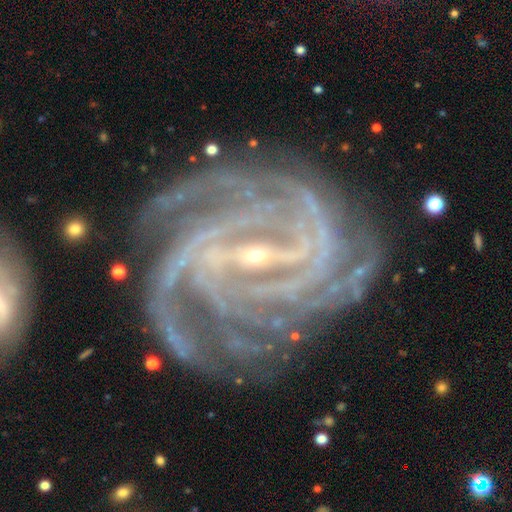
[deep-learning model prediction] Overall: featured or disk (92%). Edge-on disk: no (98%). Bar: strong (57%; weak 32%). Spiral arms: yes (99%). Spiral arm count: 4 (37%; more than 4 25%). Spiral winding: tight (76%). Bulge size: small (79%). Merging: none (74%).